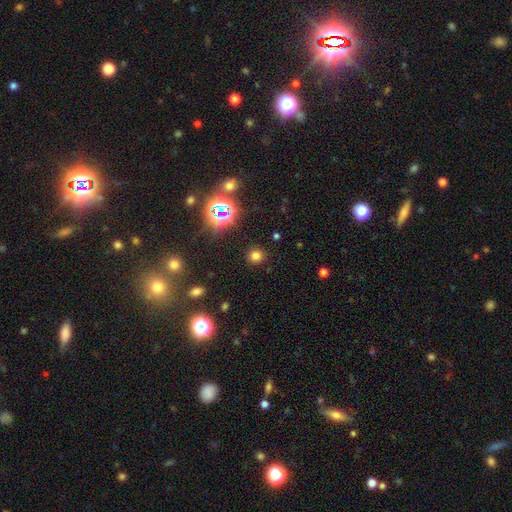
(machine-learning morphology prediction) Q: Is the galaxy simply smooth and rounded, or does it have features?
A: smooth — 72%.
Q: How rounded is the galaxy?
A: round — 91%.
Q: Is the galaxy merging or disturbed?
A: none — 89%.